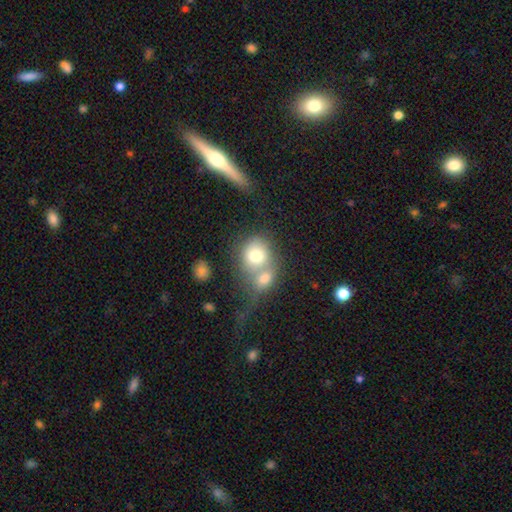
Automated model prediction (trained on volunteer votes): Smooth or featured? smooth (73%)
How rounded? round (64%)
Merging? merger (61%)